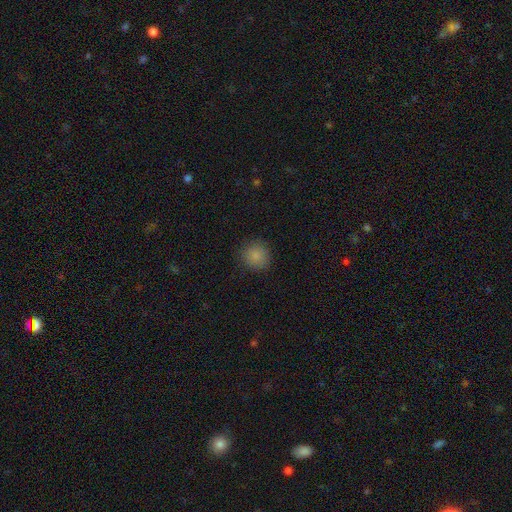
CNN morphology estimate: Smooth or featured? Predicted: smooth (p=0.86). How rounded? Predicted: round (p=0.91). Merging? Predicted: none (p=0.88).